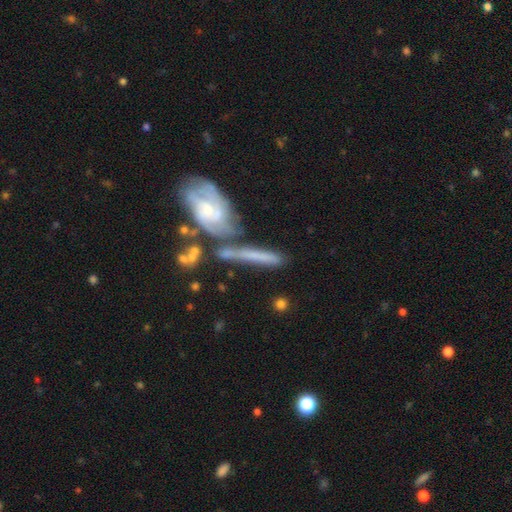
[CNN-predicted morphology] featured or disk 56%, smooth 35%, star or artifact 9%. Down the decision tree: edge-on disk — no (55%); merging — none (40%).